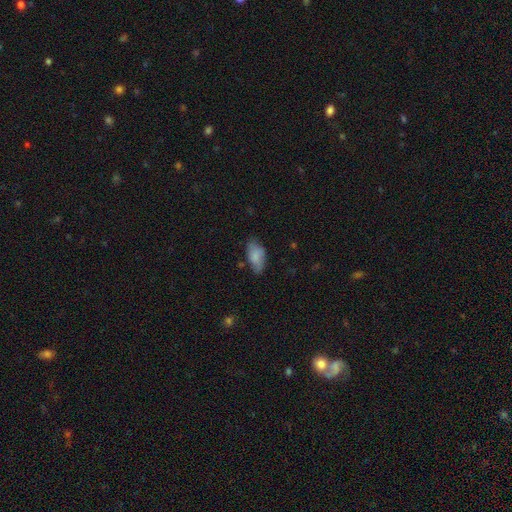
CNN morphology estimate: Smooth or featured: smooth — 81% (featured or disk — 12%)
How rounded: in between — 90% (cigar-shaped — 7%)
Merging: none — 62% (minor disturbance — 29%)